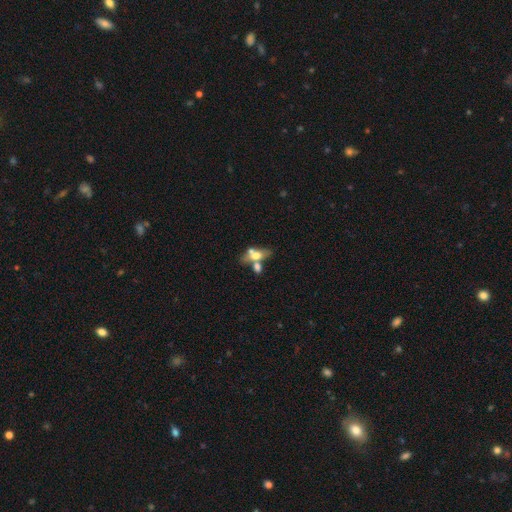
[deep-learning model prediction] Smooth or featured? smooth (51%)
How rounded? in between (66%)
Merging? merger (50%)